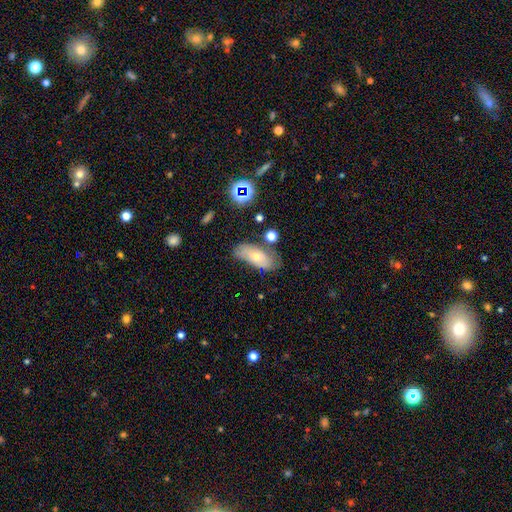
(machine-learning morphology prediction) Q: Smooth or featured?
A: smooth (58%); runner-up: featured or disk (31%)
Q: How rounded?
A: in between (78%); runner-up: cigar-shaped (18%)
Q: Merging?
A: none (67%); runner-up: minor disturbance (23%)